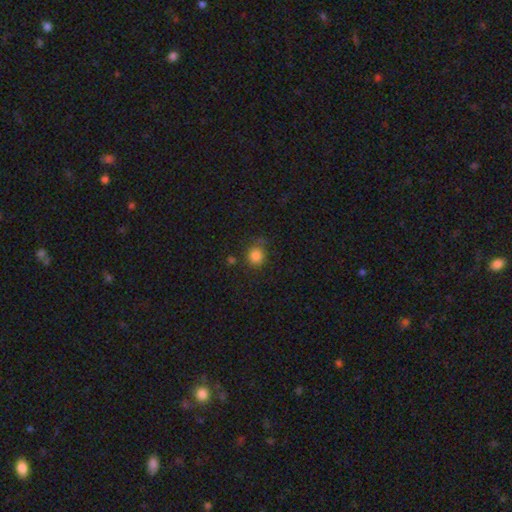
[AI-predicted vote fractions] Smooth or featured? Predicted: smooth (p=0.83). How rounded? Predicted: round (p=0.85). Merging? Predicted: none (p=0.74).